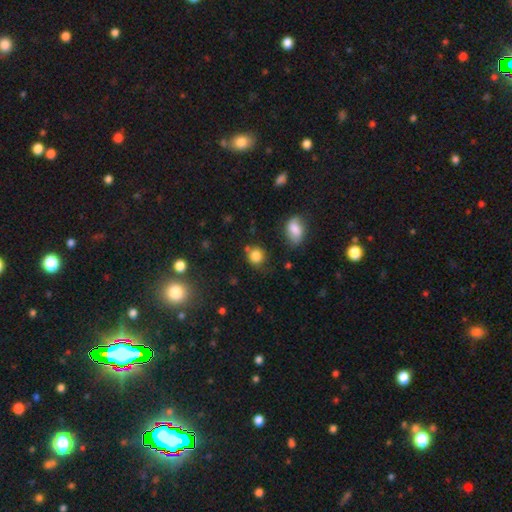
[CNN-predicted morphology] Smooth or featured: smooth — 82% (star or artifact — 12%)
How rounded: round — 80% (in between — 19%)
Merging: none — 69% (minor disturbance — 18%)